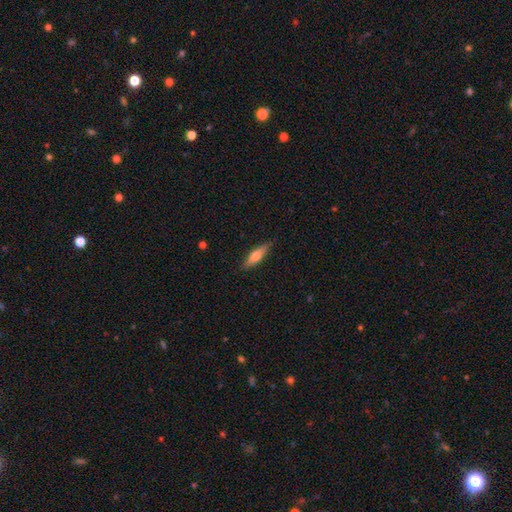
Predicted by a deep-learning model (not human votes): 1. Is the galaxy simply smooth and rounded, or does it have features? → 61% smooth, 33% featured or disk, 6% star or artifact.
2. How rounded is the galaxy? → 64% cigar-shaped, 34% in between, 2% round.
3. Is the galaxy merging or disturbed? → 87% none, 10% minor disturbance, 2% major disturbance, 1% merger.